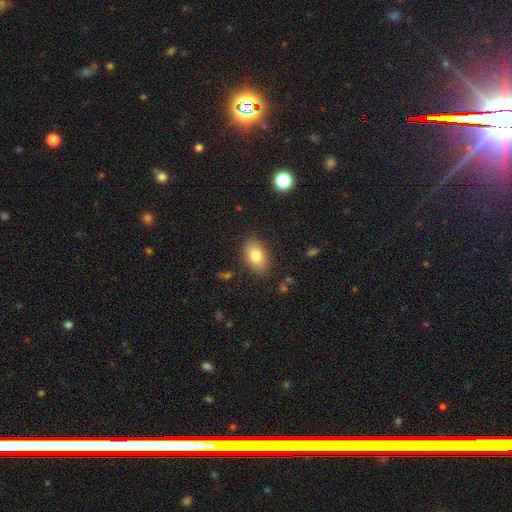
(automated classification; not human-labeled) Smooth or featured? smooth (81%)
How rounded? in between (90%)
Merging? none (84%)